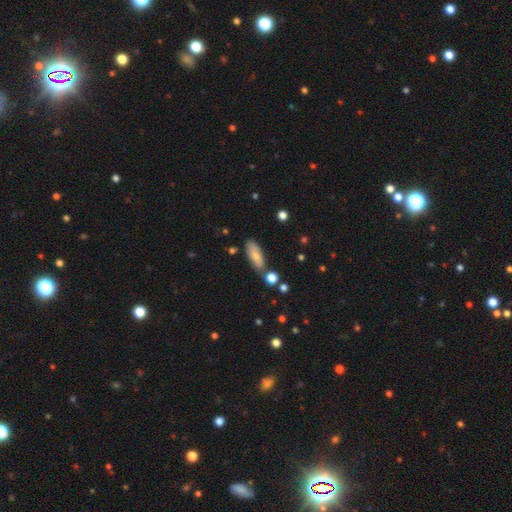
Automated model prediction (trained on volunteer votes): Smooth or featured? smooth (77%)
How rounded? in between (69%)
Merging? none (70%)